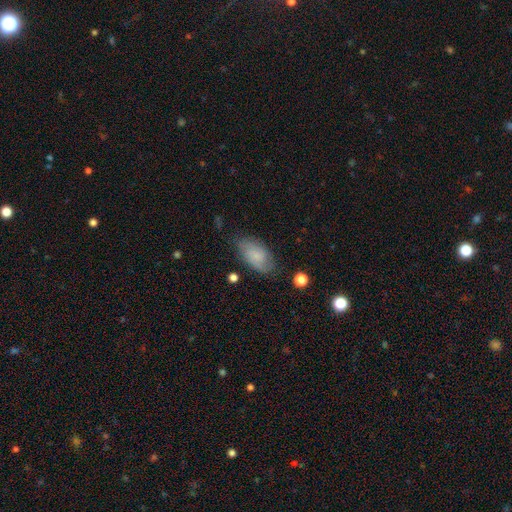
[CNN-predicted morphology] Smooth or featured? smooth (63%)
How rounded? in between (93%)
Merging? none (70%)